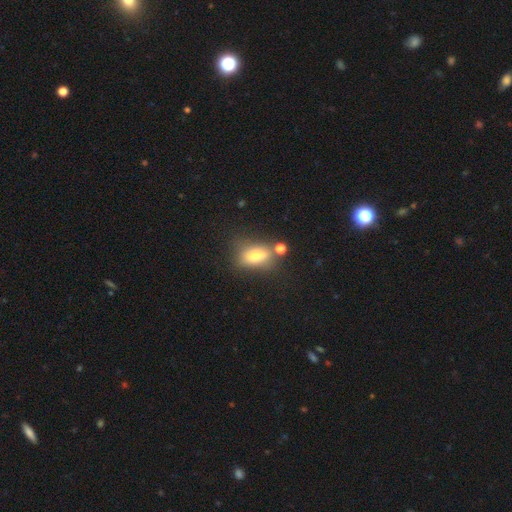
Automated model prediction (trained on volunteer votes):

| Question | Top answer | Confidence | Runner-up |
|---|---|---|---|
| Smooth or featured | smooth | 70% | featured or disk (19%) |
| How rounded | in between | 80% | round (11%) |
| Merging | none | 57% | minor disturbance (18%) |